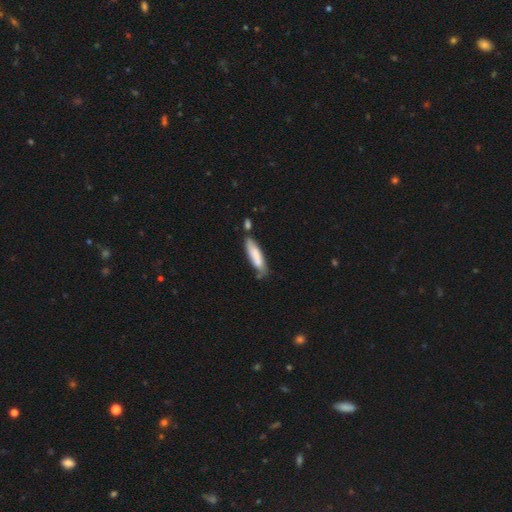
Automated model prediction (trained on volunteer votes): Smooth or featured? Predicted: smooth (p=0.76). How rounded? Predicted: cigar-shaped (p=0.71). Merging? Predicted: none (p=0.62).